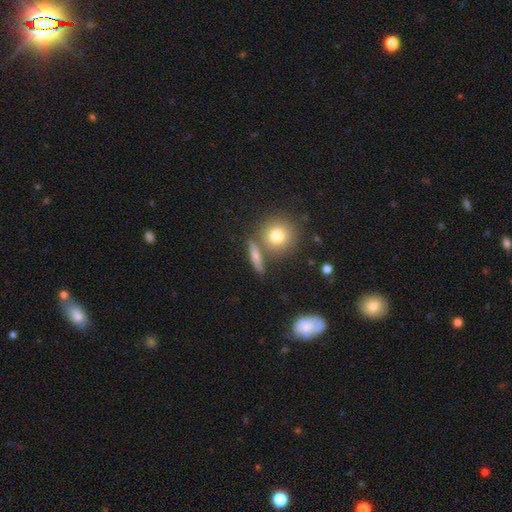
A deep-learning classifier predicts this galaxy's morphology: Smooth or featured?
  - smooth: 66% *
  - featured or disk: 23%
  - star or artifact: 10%
How rounded?
  - cigar-shaped: 45% *
  - round: 31%
  - in between: 24%
Merging?
  - none: 71% *
  - merger: 13%
  - minor disturbance: 11%
  - major disturbance: 4%